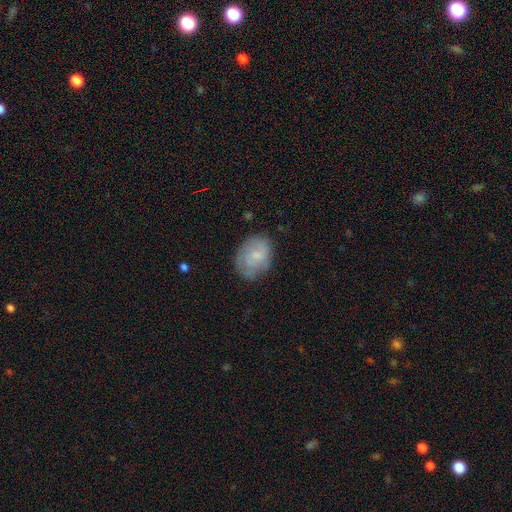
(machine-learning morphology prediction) Overall: smooth (51%; featured or disk 42%). How rounded: in between (66%; round 32%). Merging: none (69%).